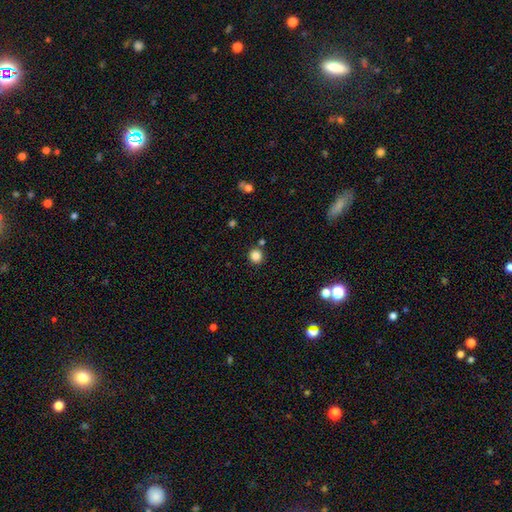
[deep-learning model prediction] Morphology: type=smooth (84%); roundness=round (93%); merging=none (86%).